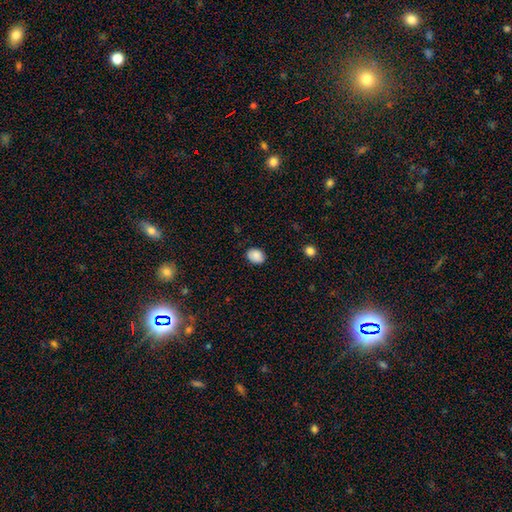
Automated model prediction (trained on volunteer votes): A smooth galaxy with no disk features (88%) that is in between round and cigar-shaped (61%).

Vote fractions:
- Smooth or featured? smooth: 88% / star or artifact: 8% / featured or disk: 3%
- How rounded? in between: 61% / round: 38% / cigar-shaped: 1%
- Merging? none: 85% / minor disturbance: 12% / major disturbance: 3% / merger: 1%